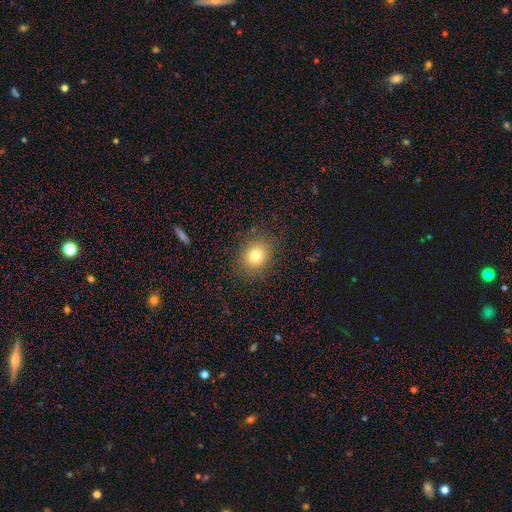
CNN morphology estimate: Smooth or featured?
  - smooth: 77% *
  - star or artifact: 13%
  - featured or disk: 10%
How rounded?
  - round: 66% *
  - in between: 33%
  - cigar-shaped: 1%
Merging?
  - none: 86% *
  - minor disturbance: 9%
  - major disturbance: 4%
  - merger: 1%